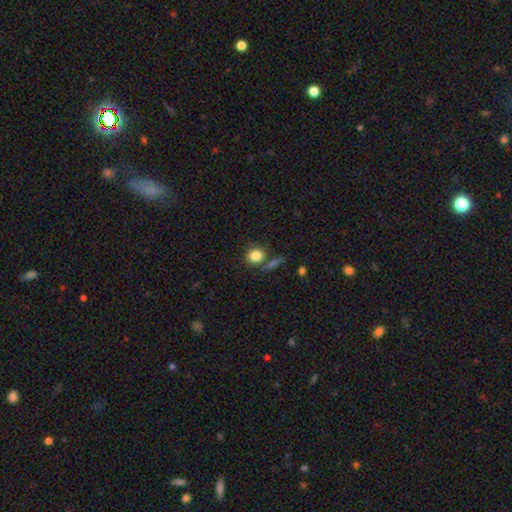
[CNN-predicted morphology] smooth 84%, star or artifact 10%, featured or disk 6%. Down the decision tree: how rounded — round (79%); merging — none (69%).